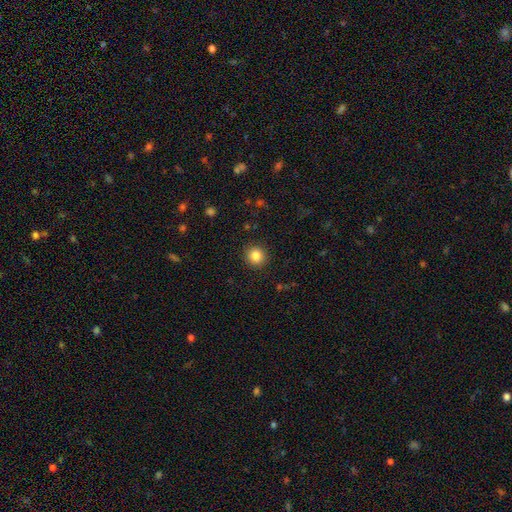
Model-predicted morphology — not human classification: This is clearly a smooth galaxy (84%). How rounded: clearly round (92%). Merging: clearly none (91%).